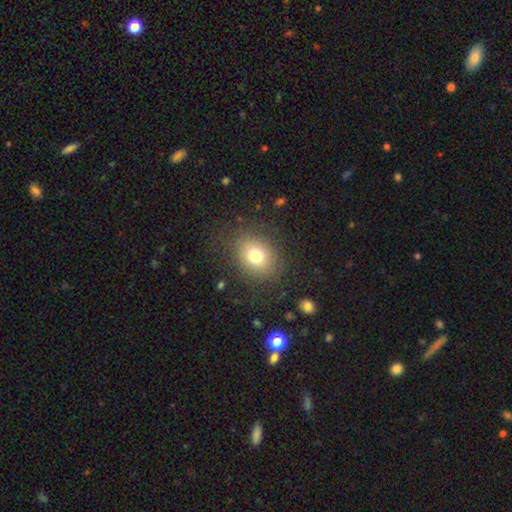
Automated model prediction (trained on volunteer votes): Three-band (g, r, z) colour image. It shows a smooth galaxy with no disk features (74%) that is round (56%). Merging: none (78%).